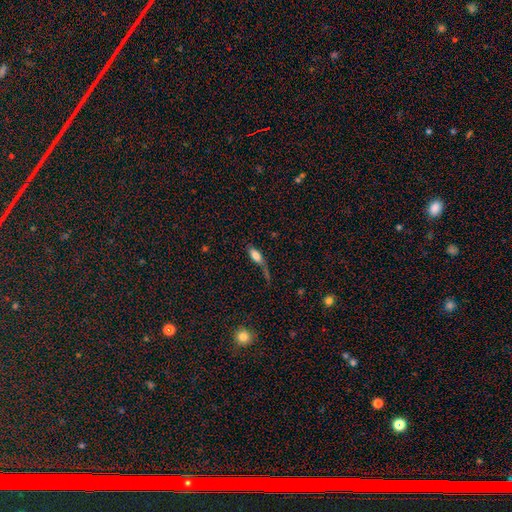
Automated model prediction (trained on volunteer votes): Smooth or featured: smooth — 75% (featured or disk — 15%)
How rounded: in between — 75% (cigar-shaped — 21%)
Merging: none — 41% (major disturbance — 25%)